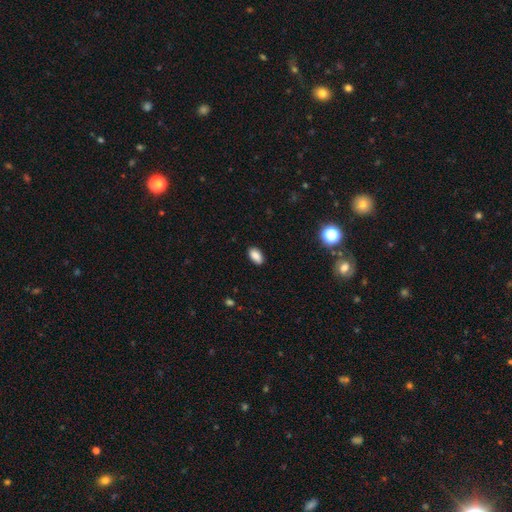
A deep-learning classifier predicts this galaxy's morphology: Smooth or featured? Predicted: smooth (p=0.87). How rounded? Predicted: in between (p=0.92). Merging? Predicted: none (p=0.87).